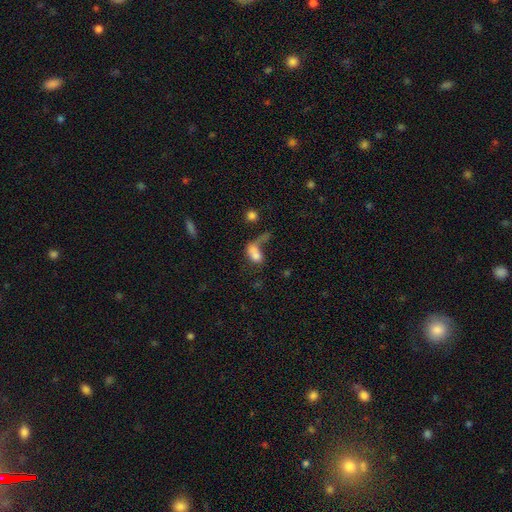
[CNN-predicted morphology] Q: Smooth or featured?
A: smooth (66%); runner-up: featured or disk (22%)
Q: How rounded?
A: in between (81%); runner-up: round (13%)
Q: Merging?
A: merger (36%); runner-up: major disturbance (33%)